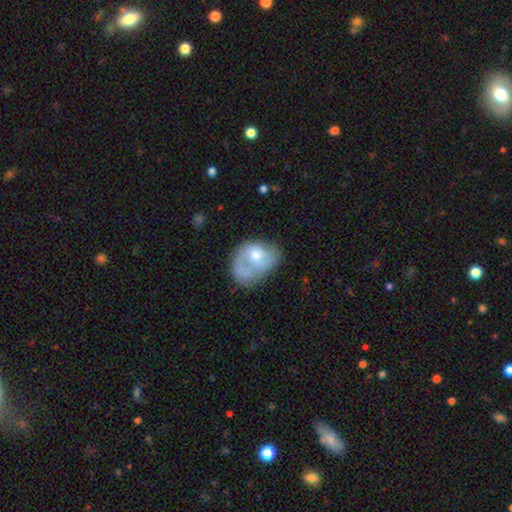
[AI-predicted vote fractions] Smooth or featured? smooth (52%)
How rounded? in between (72%)
Merging? major disturbance (32%)